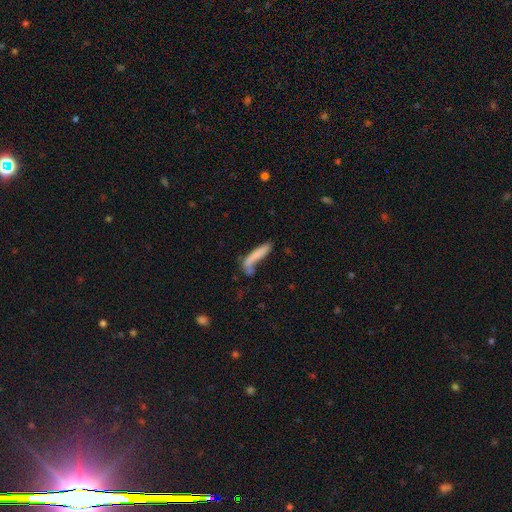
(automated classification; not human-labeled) A smooth galaxy with no disk features (73%) that is cigar-shaped (87%).

Vote fractions:
- Smooth or featured? smooth: 73% / featured or disk: 19% / star or artifact: 8%
- How rounded? cigar-shaped: 87% / in between: 12% / round: 2%
- Merging? none: 48% / minor disturbance: 20% / merger: 19% / major disturbance: 13%